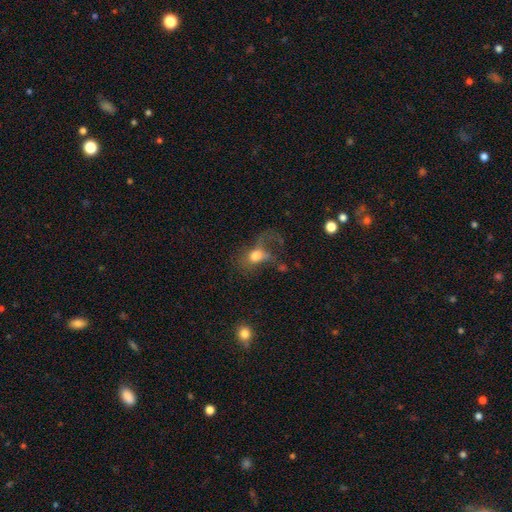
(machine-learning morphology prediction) A smooth galaxy with no disk features (53%) that is in between round and cigar-shaped (64%).

Vote fractions:
- Smooth or featured? smooth: 53% / featured or disk: 35% / star or artifact: 13%
- How rounded? in between: 64% / round: 34% / cigar-shaped: 3%
- Merging? major disturbance: 60% / none: 20% / minor disturbance: 14% / merger: 6%